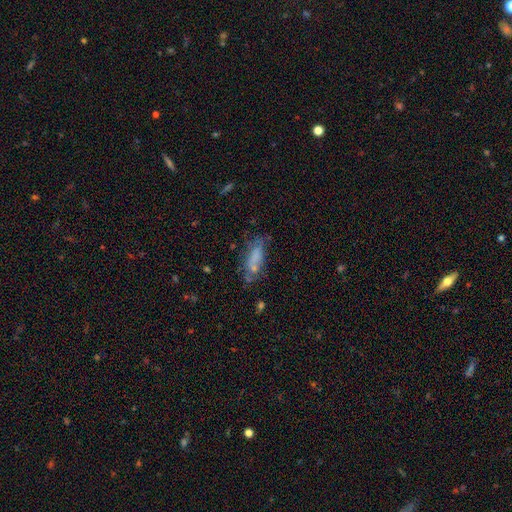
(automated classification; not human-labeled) A smooth galaxy with no disk features (60%) that is in between round and cigar-shaped (61%). Merging: none (54%).